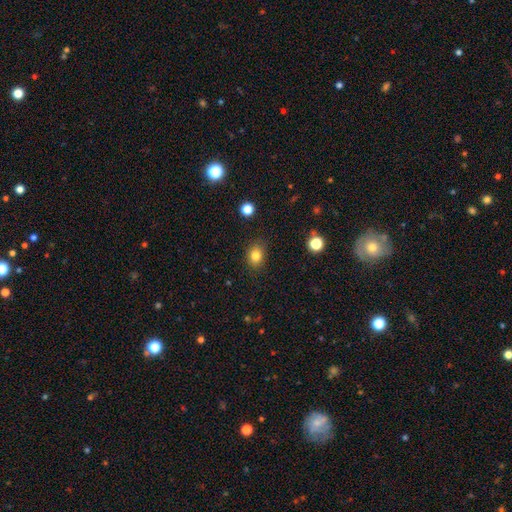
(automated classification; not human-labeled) The model was most divided on "how rounded": in between: 52%, round: 47%, cigar-shaped: 1%. More confident: merging — none (83%); smooth or featured — smooth (82%).